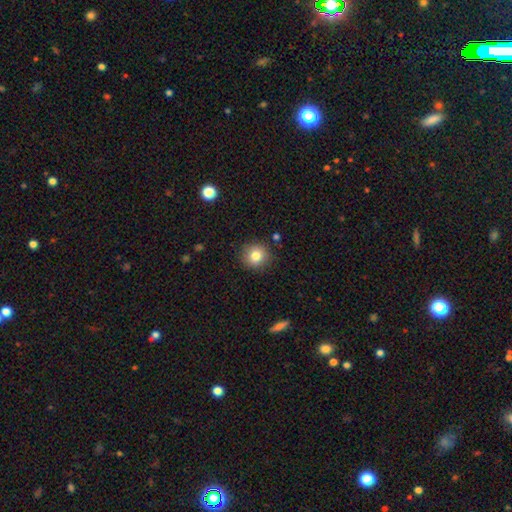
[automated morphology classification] type=smooth (81%); roundness=round (91%); merging=none (88%).